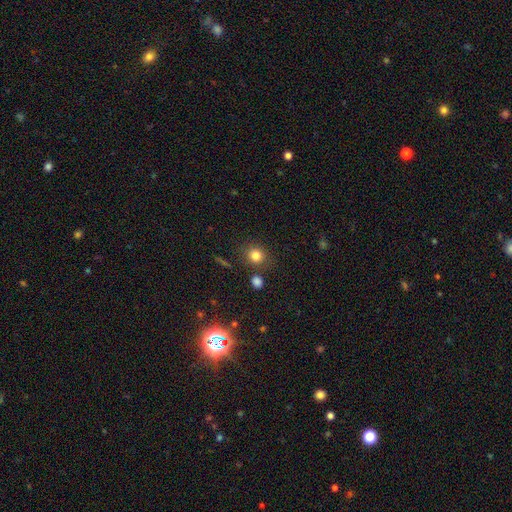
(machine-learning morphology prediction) A smooth galaxy with no disk features (81%) that is round (82%).

Vote fractions:
- Smooth or featured? smooth: 81% / star or artifact: 13% / featured or disk: 6%
- How rounded? round: 82% / in between: 17% / cigar-shaped: 1%
- Merging? none: 81% / minor disturbance: 10% / merger: 6% / major disturbance: 3%